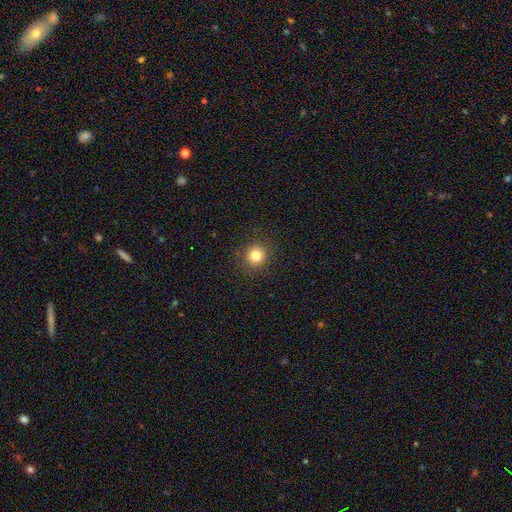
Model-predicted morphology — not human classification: Smooth or featured? Predicted: smooth (p=0.82). How rounded? Predicted: round (p=0.92). Merging? Predicted: none (p=0.90).